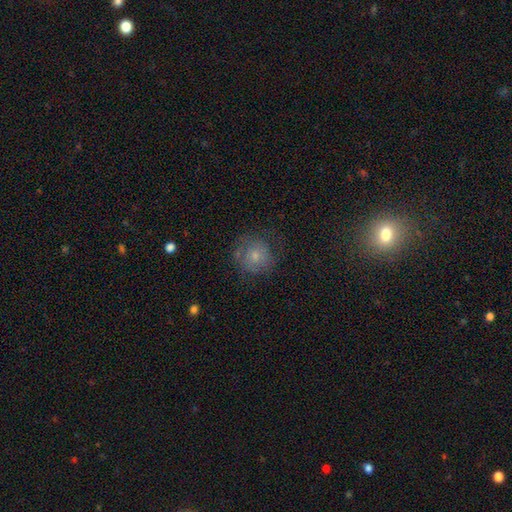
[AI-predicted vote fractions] Overall: smooth (66%). How rounded: round (89%). Merging: none (64%).